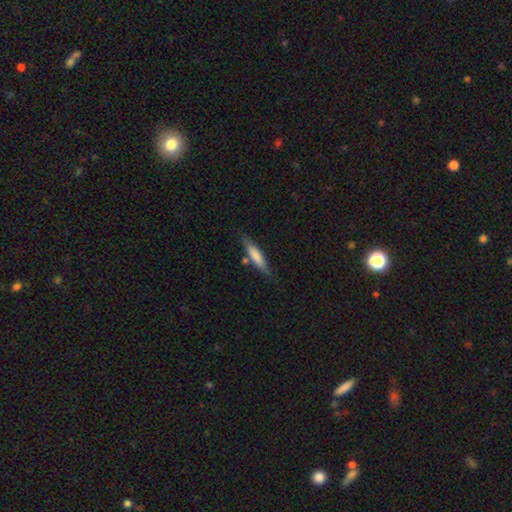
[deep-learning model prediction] smooth 72%, featured or disk 22%, star or artifact 6%. Down the decision tree: how rounded — cigar-shaped (80%); merging — none (74%).